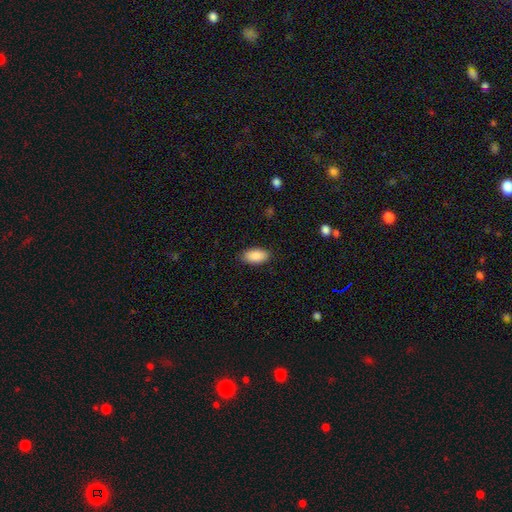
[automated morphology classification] Smooth or featured: smooth — 89% (star or artifact — 6%)
How rounded: in between — 94% (cigar-shaped — 4%)
Merging: none — 87% (minor disturbance — 9%)